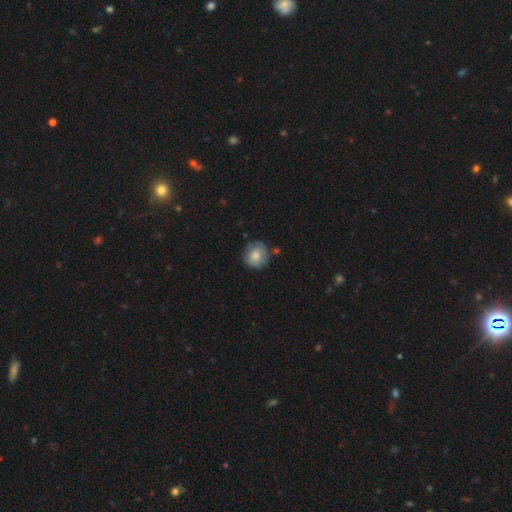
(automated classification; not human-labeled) This is likely a smooth galaxy (78%). How rounded: clearly round (85%). Merging: likely none (74%).